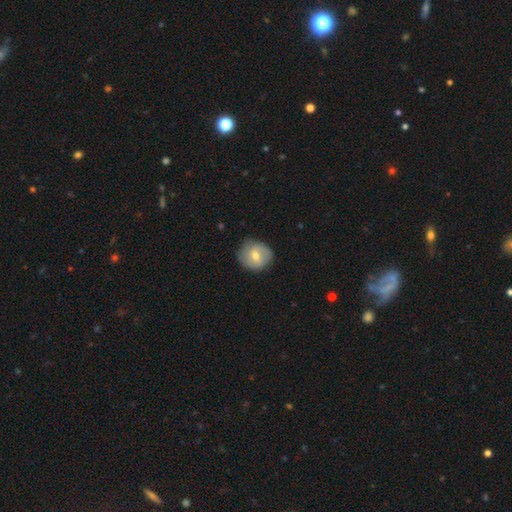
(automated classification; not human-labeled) smooth_or_featured: smooth (p=0.58) [alt: featured or disk p=0.35]
how_rounded: round (p=0.83) [alt: in between p=0.16]
merging: none (p=0.75) [alt: minor disturbance p=0.19]